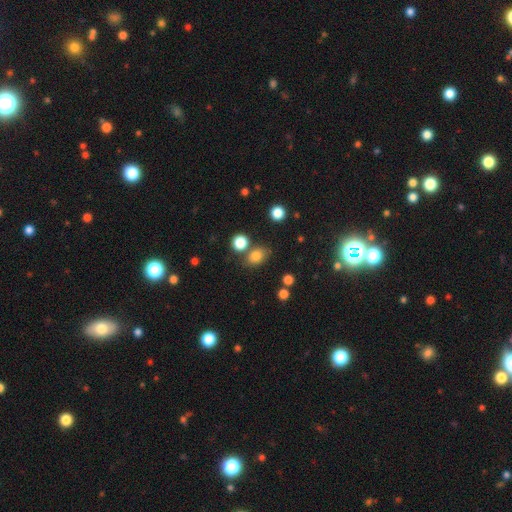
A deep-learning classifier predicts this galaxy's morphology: This appears to be a smooth galaxy with no disk features (80%) that is in between round and cigar-shaped (64%). Merging: none (70%).